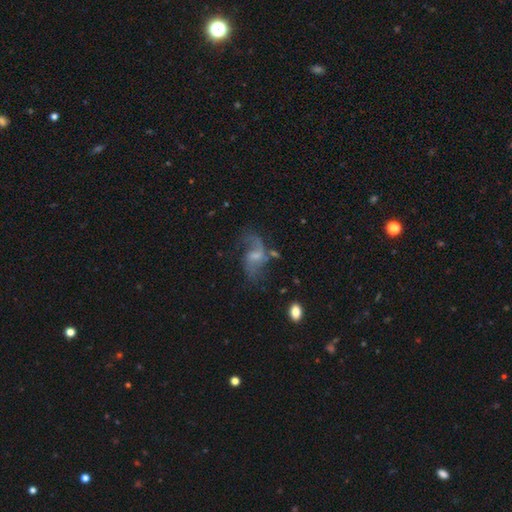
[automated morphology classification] Overall: featured or disk (75%). Edge-on disk: no (96%). Bar: weak (46%; no 44%). Spiral arms: yes (89%). Spiral arm count: 2 (78%). Spiral winding: loose (72%). Bulge size: small (48%; moderate 30%). Merging: none (53%; major disturbance 21%).